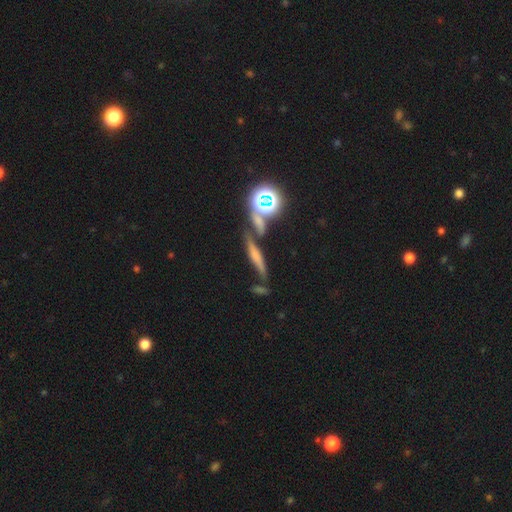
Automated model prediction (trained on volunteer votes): Smooth or featured: smooth — 41% (featured or disk — 33%)
Merging: none — 58% (merger — 20%)